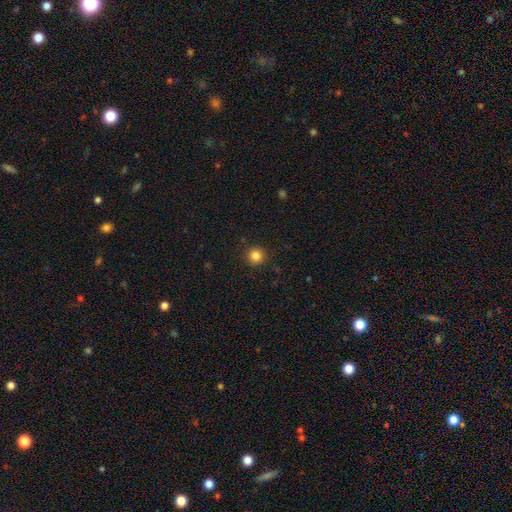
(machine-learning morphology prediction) Smooth or featured: smooth — 83% (star or artifact — 12%)
How rounded: round — 95% (in between — 4%)
Merging: none — 92% (minor disturbance — 5%)